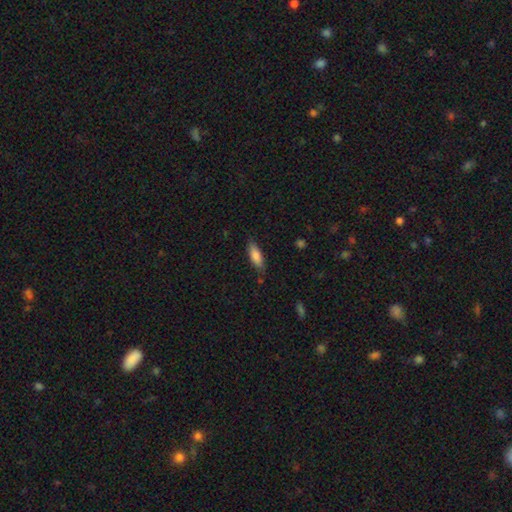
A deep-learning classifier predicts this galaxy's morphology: smooth_or_featured: smooth (p=0.81) [alt: featured or disk p=0.13]
how_rounded: in between (p=0.58) [alt: cigar-shaped p=0.40]
merging: none (p=0.79) [alt: minor disturbance p=0.16]